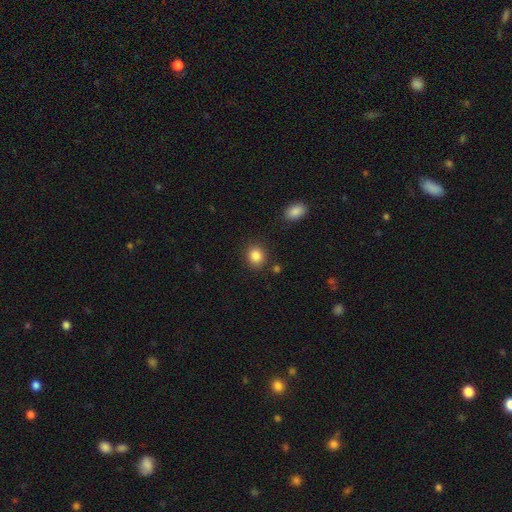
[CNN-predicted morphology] Smooth or featured?
  - smooth: 86% *
  - star or artifact: 9%
  - featured or disk: 4%
How rounded?
  - round: 74% *
  - in between: 25%
  - cigar-shaped: 1%
Merging?
  - none: 87% *
  - minor disturbance: 8%
  - merger: 3%
  - major disturbance: 3%